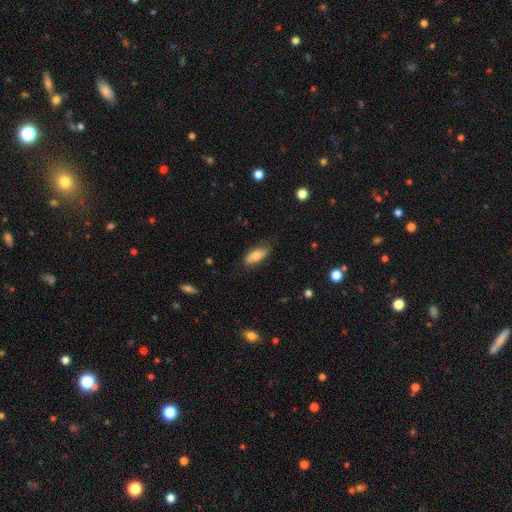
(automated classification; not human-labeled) Morphology: type=smooth (70%); roundness=in between (86%); merging=none (76%).